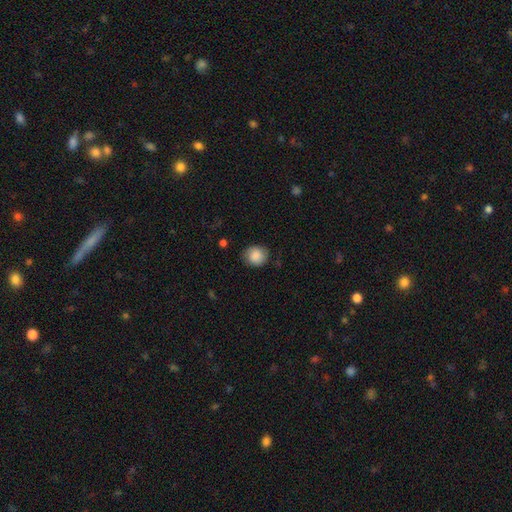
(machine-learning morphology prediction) Smooth or featured? smooth (83%)
How rounded? round (74%)
Merging? none (74%)